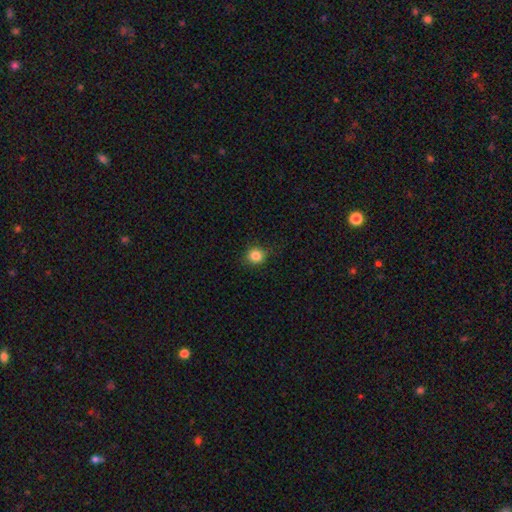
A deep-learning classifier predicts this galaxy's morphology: Smooth or featured: smooth — 85% (star or artifact — 11%)
How rounded: round — 87% (in between — 12%)
Merging: none — 88% (minor disturbance — 9%)